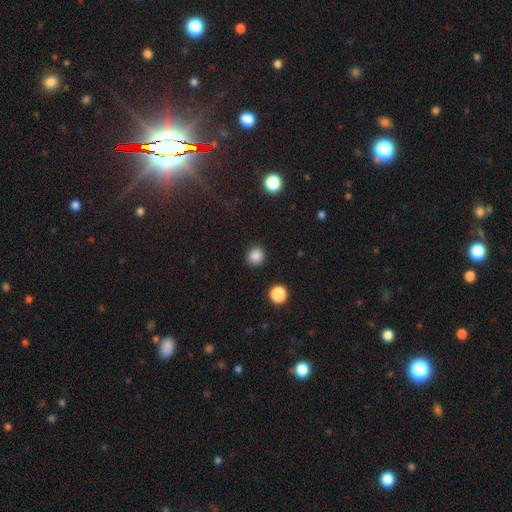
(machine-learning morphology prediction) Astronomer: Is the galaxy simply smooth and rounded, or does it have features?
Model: smooth — 86%.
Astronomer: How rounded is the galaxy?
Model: round — 86%.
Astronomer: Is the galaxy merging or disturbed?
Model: none — 90%.